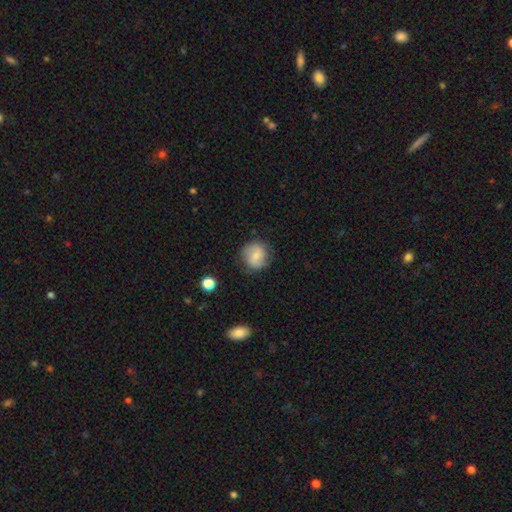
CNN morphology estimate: Smooth or featured: smooth — 57% (featured or disk — 35%)
How rounded: round — 88% (in between — 11%)
Merging: none — 81% (minor disturbance — 13%)